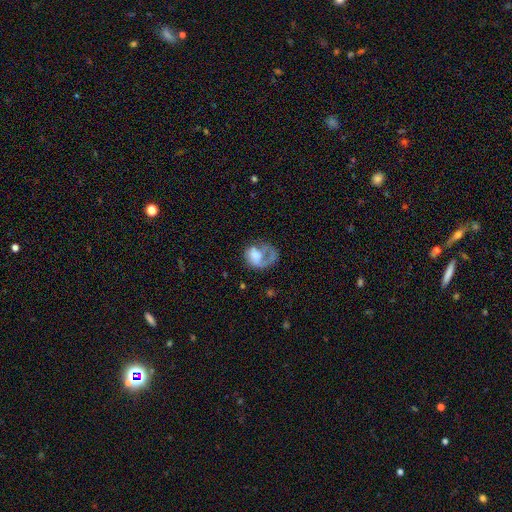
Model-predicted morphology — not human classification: Smooth or featured: featured or disk — 53% (smooth — 39%)
Edge-on disk: no — 98% (yes — 2%)
Bar: no — 76% (weak — 19%)
Spiral arms: yes — 63% (no — 37%)
Bulge size: none — 29% (large — 28%)
Merging: major disturbance — 45% (none — 32%)